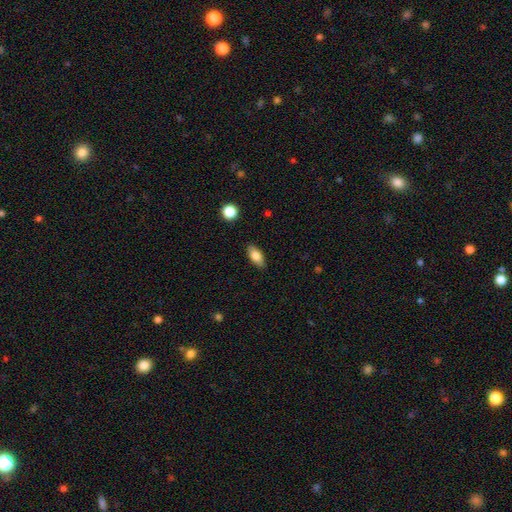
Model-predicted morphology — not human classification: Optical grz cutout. It shows a smooth galaxy with no disk features (82%) that is in between round and cigar-shaped (88%). Merging: none (87%).